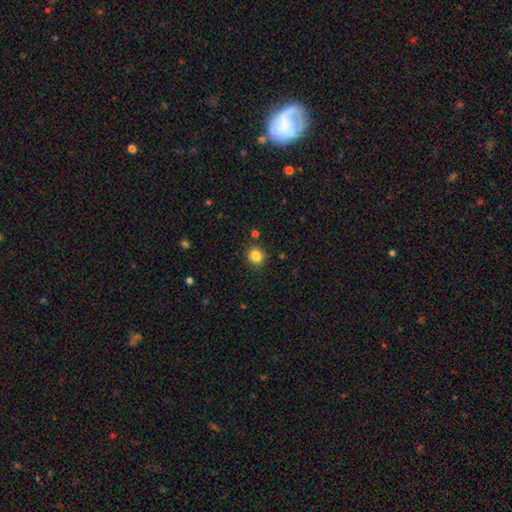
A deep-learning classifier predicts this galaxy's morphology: smooth 83%, star or artifact 11%, featured or disk 5%. Down the decision tree: how rounded — round (89%); merging — none (89%).